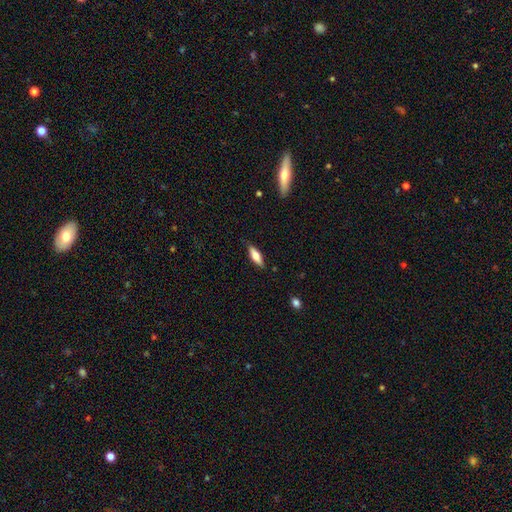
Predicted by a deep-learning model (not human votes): Q: Smooth or featured?
A: smooth (58%); runner-up: featured or disk (36%)
Q: How rounded?
A: cigar-shaped (51%); runner-up: in between (47%)
Q: Merging?
A: none (84%); runner-up: minor disturbance (12%)